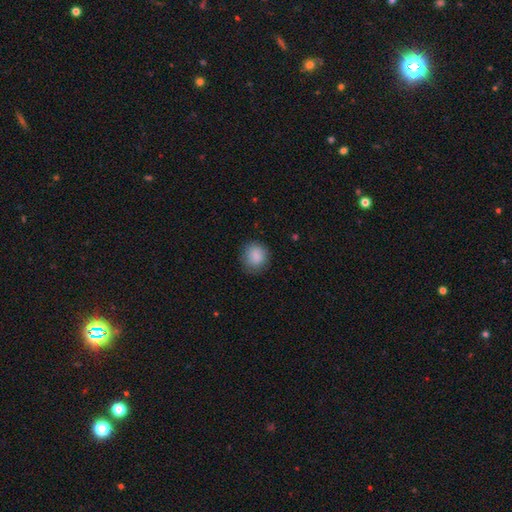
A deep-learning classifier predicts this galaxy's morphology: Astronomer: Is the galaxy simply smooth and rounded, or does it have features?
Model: smooth — 87%.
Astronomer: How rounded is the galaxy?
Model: round — 83%.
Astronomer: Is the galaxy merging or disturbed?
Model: none — 81%.